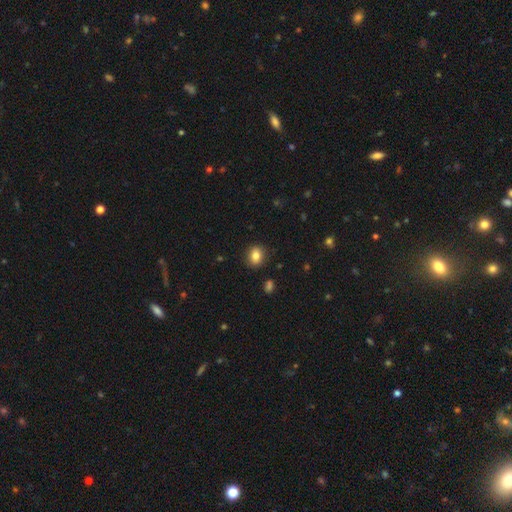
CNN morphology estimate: A smooth galaxy with no disk features (83%) that is round (56%).

Vote fractions:
- Smooth or featured? smooth: 83% / star or artifact: 9% / featured or disk: 8%
- How rounded? round: 56% / in between: 43% / cigar-shaped: 1%
- Merging? none: 88% / minor disturbance: 8% / major disturbance: 2% / merger: 1%